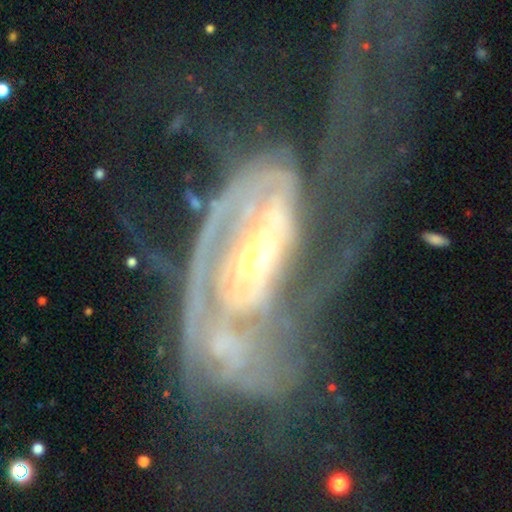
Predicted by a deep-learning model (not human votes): Morphology: type=featured or disk (80%); edge-on=no (93%); bar=no (51%); spiral arms=yes (71%); winding=tight (47%); arm count=can't tell (40%); bulge=moderate (60%); merging=major disturbance (39%).